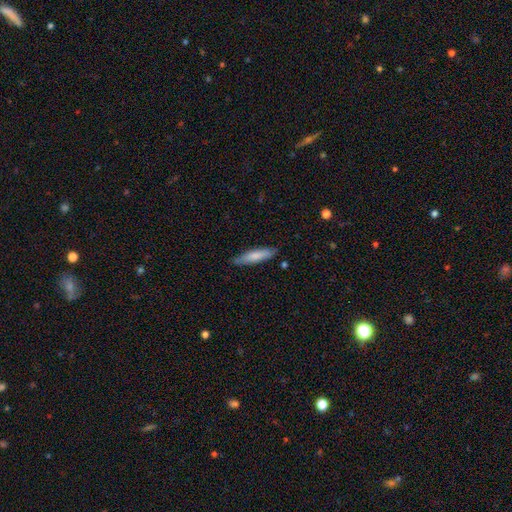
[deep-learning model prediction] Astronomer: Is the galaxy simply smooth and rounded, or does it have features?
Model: smooth — 75%.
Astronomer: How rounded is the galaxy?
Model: cigar-shaped — 79%.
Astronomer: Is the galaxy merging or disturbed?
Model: none — 81%.